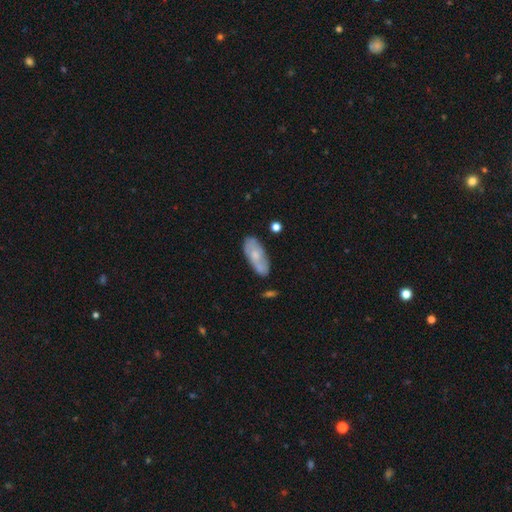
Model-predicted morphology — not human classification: This appears to be a smooth galaxy with no disk features (58%) that is in between round and cigar-shaped (79%). Merging: none (63%).